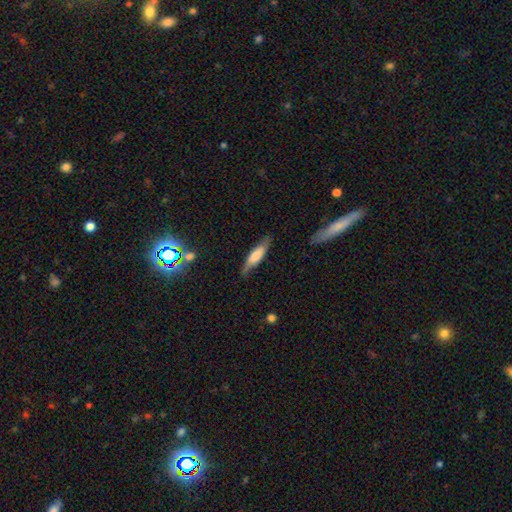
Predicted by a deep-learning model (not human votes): Morphology: type=smooth (61%); roundness=cigar-shaped (67%); merging=none (75%).